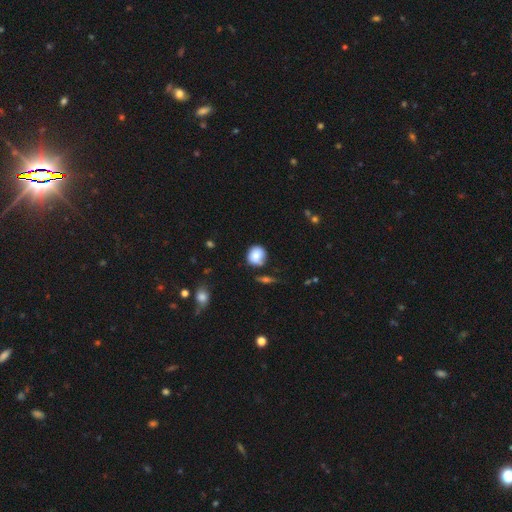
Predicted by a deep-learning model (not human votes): smooth-or-featured: smooth: 79% | featured or disk: 12% | star or artifact: 9%
  how-rounded: round: 86% | in between: 13% | cigar-shaped: 1%
  merging: none: 70% | minor disturbance: 19% | merger: 7% | major disturbance: 4%